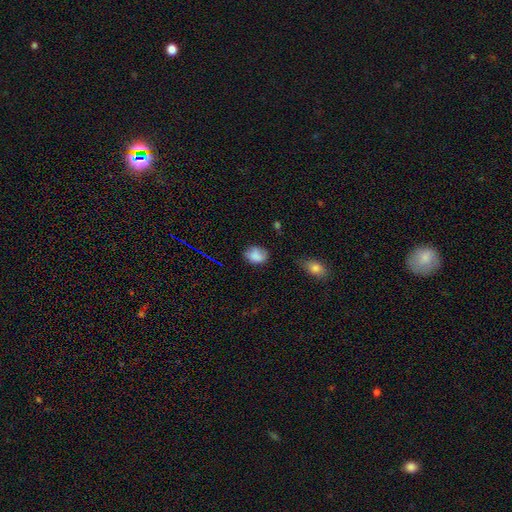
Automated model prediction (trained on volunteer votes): A smooth galaxy with no disk features (83%) that is in between round and cigar-shaped (57%).

Vote fractions:
- Smooth or featured? smooth: 83% / star or artifact: 9% / featured or disk: 8%
- How rounded? in between: 57% / round: 41% / cigar-shaped: 1%
- Merging? none: 67% / minor disturbance: 25% / major disturbance: 5% / merger: 2%